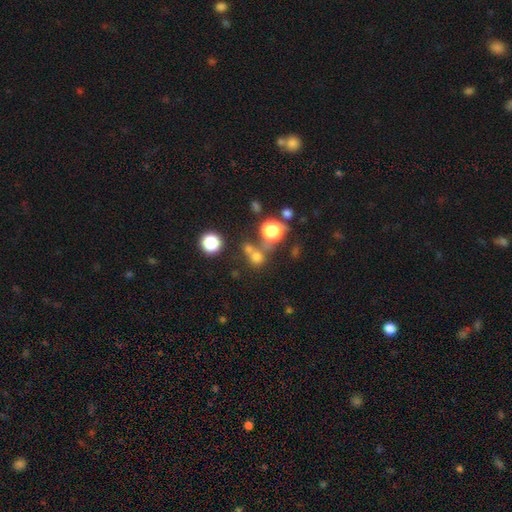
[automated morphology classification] type=smooth (67%); roundness=round (80%); merging=none (48%).